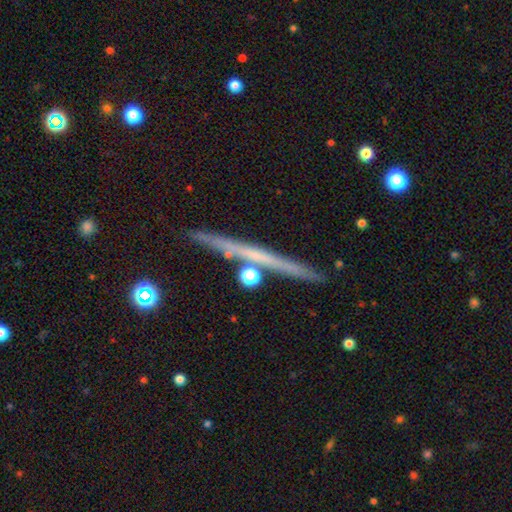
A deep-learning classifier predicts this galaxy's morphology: Smooth or featured? Predicted: featured or disk (p=0.58). Edge-on disk? Predicted: yes (p=0.97). Edge-on bulge? Predicted: none (p=0.84). Merging? Predicted: none (p=0.88).